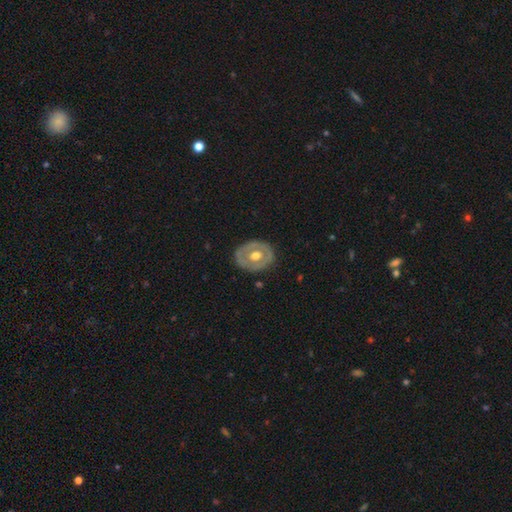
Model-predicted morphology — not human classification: Overall: featured or disk (57%; smooth 38%). Edge-on disk: no (93%). Bar: no (82%). Spiral arms: no (86%). Bulge size: moderate (70%). Merging: none (80%).